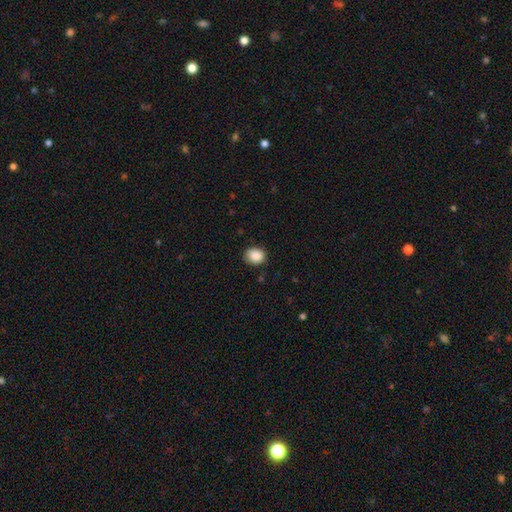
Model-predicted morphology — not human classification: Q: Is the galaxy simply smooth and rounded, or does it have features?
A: smooth — 88%.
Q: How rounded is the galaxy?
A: round — 56%.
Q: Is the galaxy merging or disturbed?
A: none — 84%.